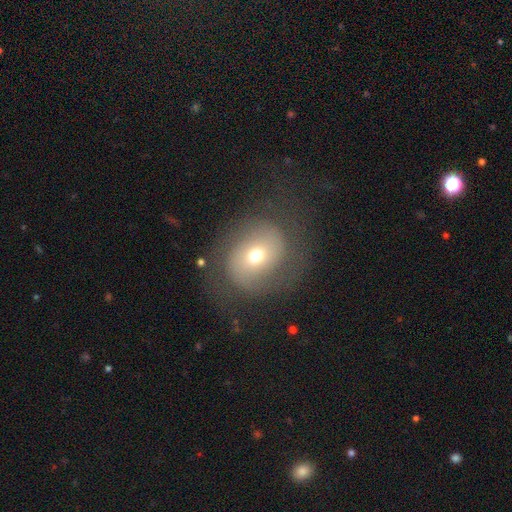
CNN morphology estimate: Smooth or featured? Predicted: smooth (p=0.45). Merging? Predicted: none (p=0.66).